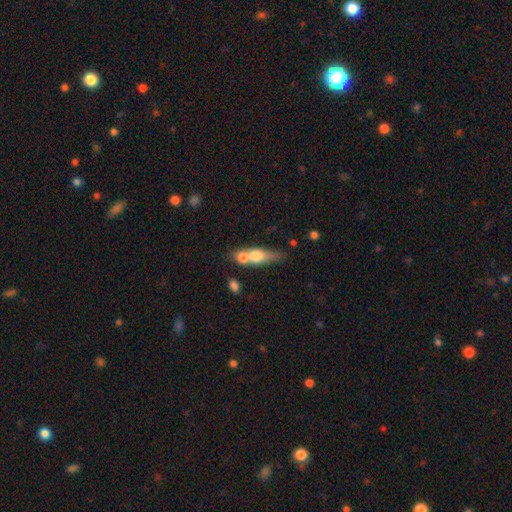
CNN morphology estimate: Smooth or featured: smooth — 56% (featured or disk — 36%)
How rounded: cigar-shaped — 46% (in between — 42%)
Merging: merger — 47% (none — 33%)